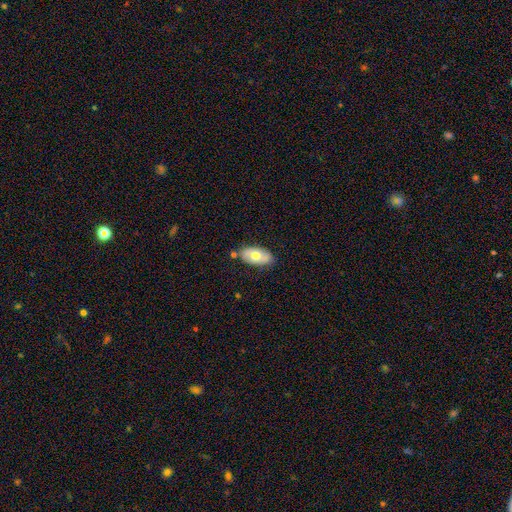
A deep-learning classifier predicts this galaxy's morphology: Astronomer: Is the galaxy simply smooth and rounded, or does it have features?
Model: smooth — 66%.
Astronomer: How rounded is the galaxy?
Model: in between — 93%.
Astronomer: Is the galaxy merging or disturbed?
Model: none — 77%.